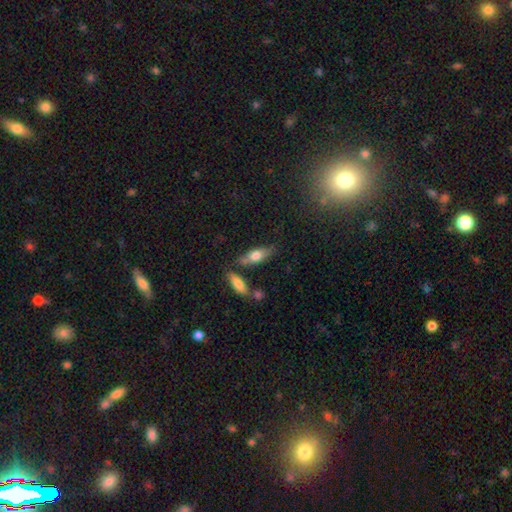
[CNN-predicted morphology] type=smooth (65%); roundness=in between (61%); merging=none (63%).